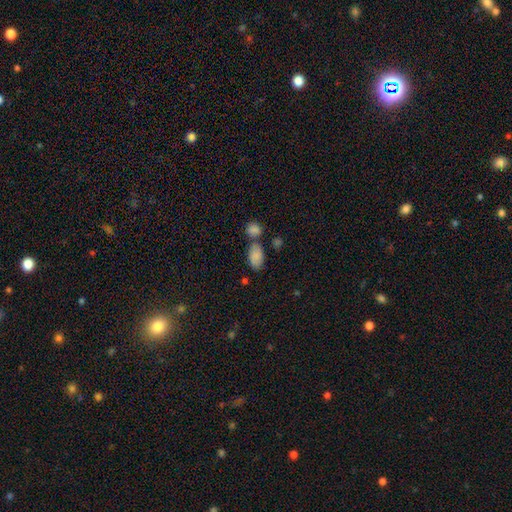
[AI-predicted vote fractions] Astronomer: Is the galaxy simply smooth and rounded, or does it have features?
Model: smooth — 86%.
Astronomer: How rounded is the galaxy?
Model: in between — 93%.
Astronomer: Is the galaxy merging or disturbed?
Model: none — 58%.